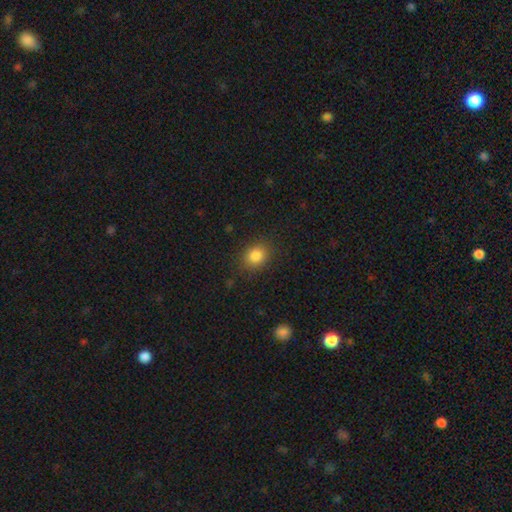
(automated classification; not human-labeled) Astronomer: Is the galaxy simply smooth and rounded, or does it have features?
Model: smooth — 84%.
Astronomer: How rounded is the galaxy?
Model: round — 56% (runner-up: in between, 43%).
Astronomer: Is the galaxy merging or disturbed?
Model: none — 85%.